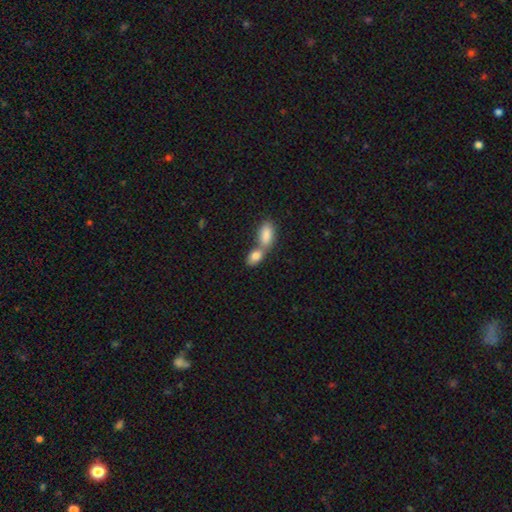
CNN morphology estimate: Overall: smooth (85%). How rounded: in between (88%). Merging: merger (66%).